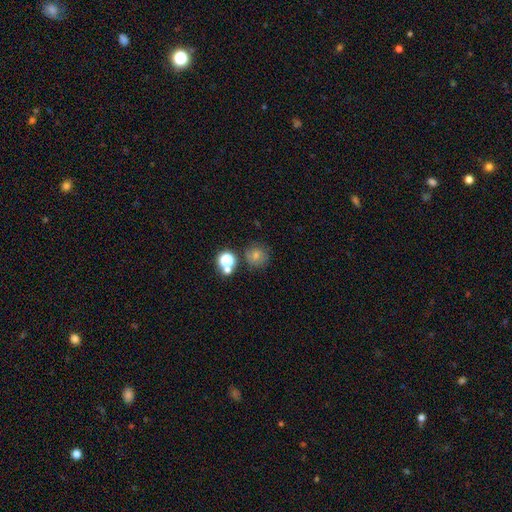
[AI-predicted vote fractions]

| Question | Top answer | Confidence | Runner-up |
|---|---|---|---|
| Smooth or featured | smooth | 68% | star or artifact (18%) |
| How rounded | round | 90% | in between (9%) |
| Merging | none | 71% | merger (12%) |